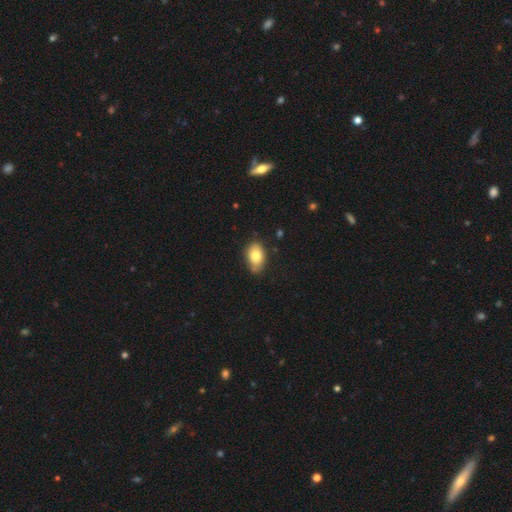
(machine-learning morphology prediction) This appears to be a smooth galaxy with no disk features (79%) that is in between round and cigar-shaped (87%). Merging: none (76%).